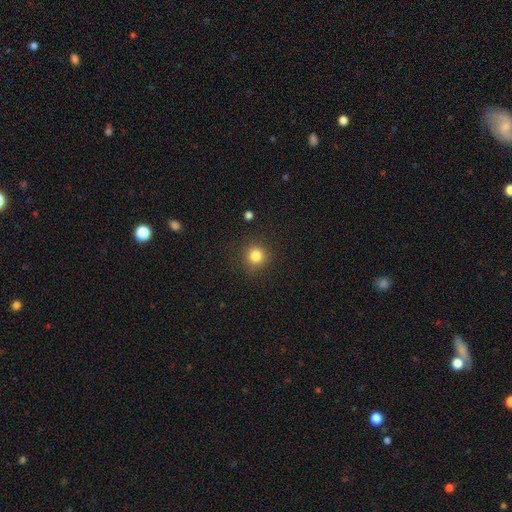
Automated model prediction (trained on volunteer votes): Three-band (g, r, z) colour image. It shows a smooth galaxy with no disk features (82%) that is round (93%). Merging: none (88%).